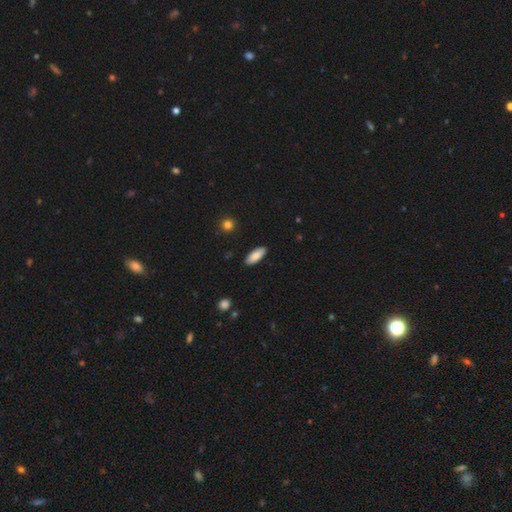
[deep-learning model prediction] Q: Smooth or featured?
A: smooth (86%); runner-up: featured or disk (8%)
Q: How rounded?
A: in between (74%); runner-up: cigar-shaped (24%)
Q: Merging?
A: none (89%); runner-up: minor disturbance (8%)